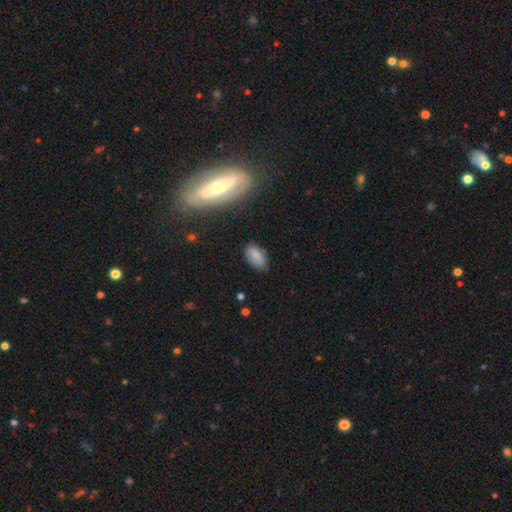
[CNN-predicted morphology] Smooth or featured?
  - smooth: 81% *
  - featured or disk: 10%
  - star or artifact: 10%
How rounded?
  - in between: 94% *
  - round: 4%
  - cigar-shaped: 3%
Merging?
  - none: 74% *
  - minor disturbance: 20%
  - major disturbance: 4%
  - merger: 2%